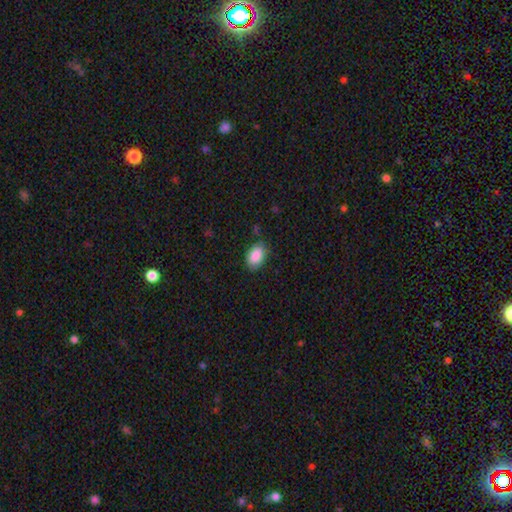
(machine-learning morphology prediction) smooth_or_featured: smooth (p=0.88) [alt: star or artifact p=0.07]
how_rounded: in between (p=0.91) [alt: round p=0.08]
merging: none (p=0.78) [alt: minor disturbance p=0.17]